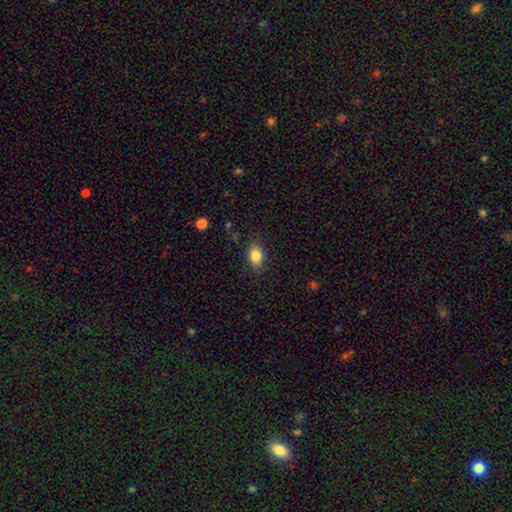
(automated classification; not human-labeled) Smooth or featured? Predicted: smooth (p=0.84). How rounded? Predicted: in between (p=0.80). Merging? Predicted: none (p=0.84).